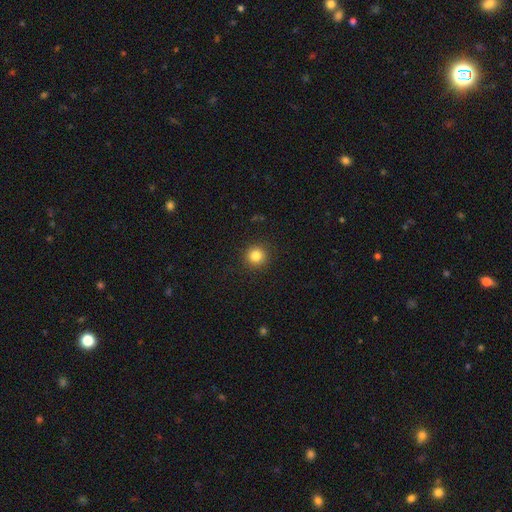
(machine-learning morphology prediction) Smooth or featured: smooth — 83% (star or artifact — 12%)
How rounded: round — 94% (in between — 5%)
Merging: none — 92% (minor disturbance — 5%)